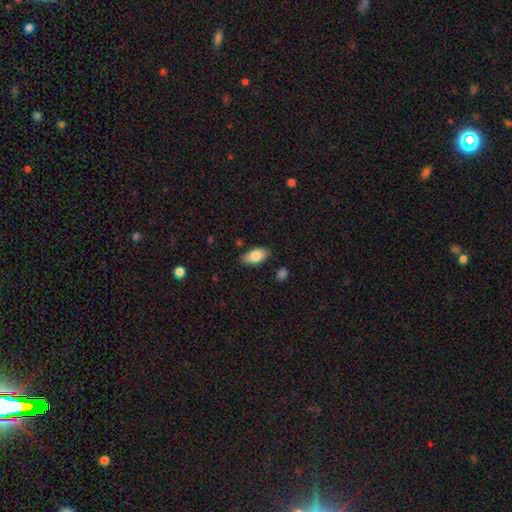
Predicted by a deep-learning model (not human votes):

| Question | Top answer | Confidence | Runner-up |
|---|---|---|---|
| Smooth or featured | smooth | 81% | featured or disk (13%) |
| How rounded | in between | 91% | cigar-shaped (6%) |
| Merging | none | 84% | minor disturbance (12%) |